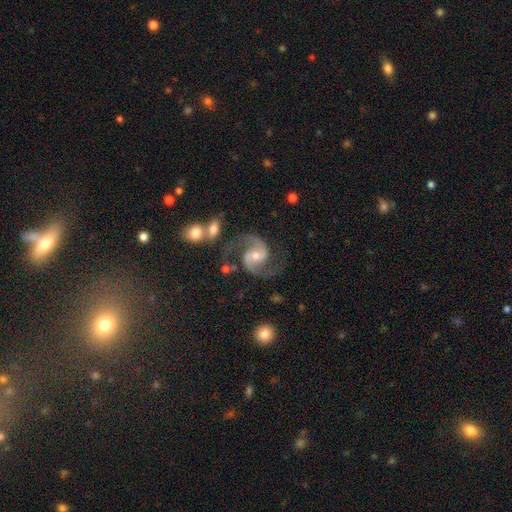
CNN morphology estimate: A featured or disk galaxy (92%) with no bar (46%), 2 (94%) medium (61%) spiral arms (98%) and a moderate central bulge (55%).

Vote fractions:
- Smooth or featured? featured or disk: 92% / star or artifact: 4% / smooth: 4%
- Edge-on disk? no: 98% / yes: 2%
- Bar? no: 46% / weak: 40% / strong: 14%
- Spiral arms? yes: 98% / no: 2%
- Spiral winding? medium: 61% / loose: 29% / tight: 10%
- Spiral arm count? 2: 94% / can't tell: 1% / 1: 1% / 3: 1% / 4: 1% / more than 4: 1%
- Bulge size? moderate: 55% / small: 39% / large: 3% / none: 2% / dominant: 1%
- Merging? none: 72% / minor disturbance: 14% / major disturbance: 8% / merger: 6%